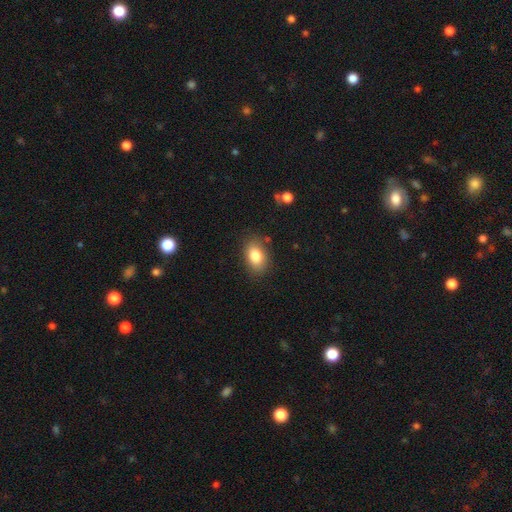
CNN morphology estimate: smooth 83%, featured or disk 9%, star or artifact 8%. Down the decision tree: how rounded — in between (86%); merging — none (82%).